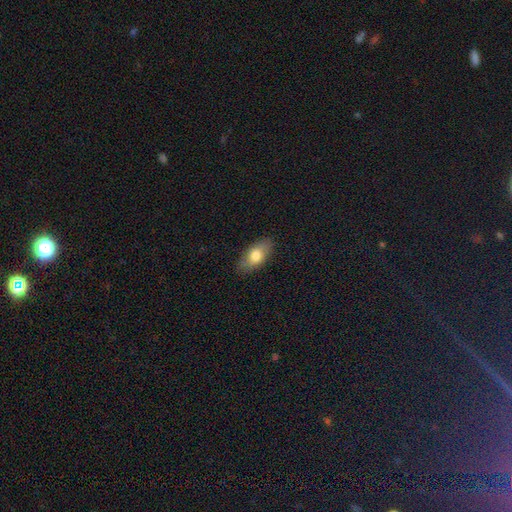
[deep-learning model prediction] Smooth or featured? Predicted: smooth (p=0.76). How rounded? Predicted: in between (p=0.88). Merging? Predicted: none (p=0.85).